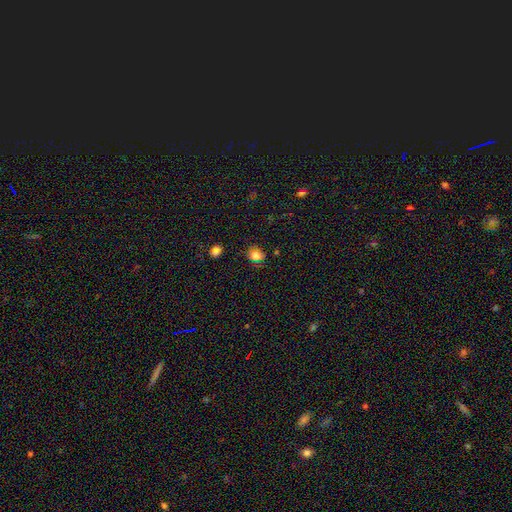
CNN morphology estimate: Smooth or featured?
  - smooth: 74% *
  - star or artifact: 15%
  - featured or disk: 12%
How rounded?
  - round: 60% *
  - in between: 39%
  - cigar-shaped: 1%
Merging?
  - none: 75% *
  - minor disturbance: 17%
  - major disturbance: 5%
  - merger: 2%